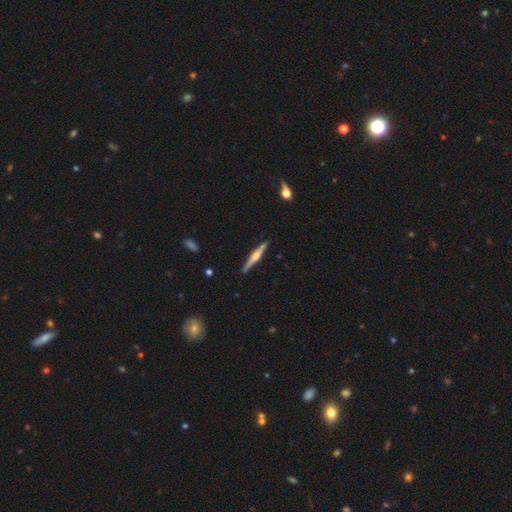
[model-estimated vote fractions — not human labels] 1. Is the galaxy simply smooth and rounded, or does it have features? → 67% featured or disk, 28% smooth, 6% star or artifact.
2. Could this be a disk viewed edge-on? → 98% yes, 2% no.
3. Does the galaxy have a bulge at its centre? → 80% rounded, 11% boxy, 8% none.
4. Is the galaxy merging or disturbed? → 90% none, 7% minor disturbance, 1% major disturbance, 1% merger.